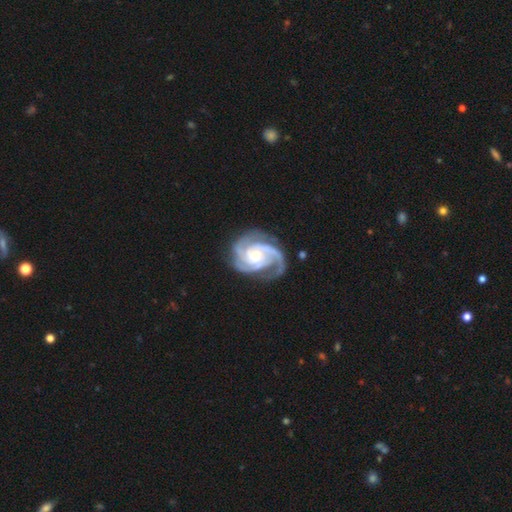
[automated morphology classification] This appears to be a featured or disk galaxy (94%) with no bar (66%), 3 (60%) tight (55%) spiral arms (99%) and a moderate central bulge (59%). Merging: none (72%).